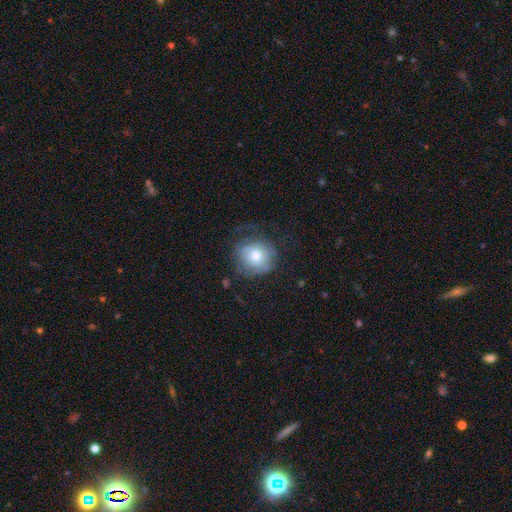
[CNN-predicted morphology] Smooth or featured? smooth (55%)
How rounded? round (87%)
Merging? none (59%)